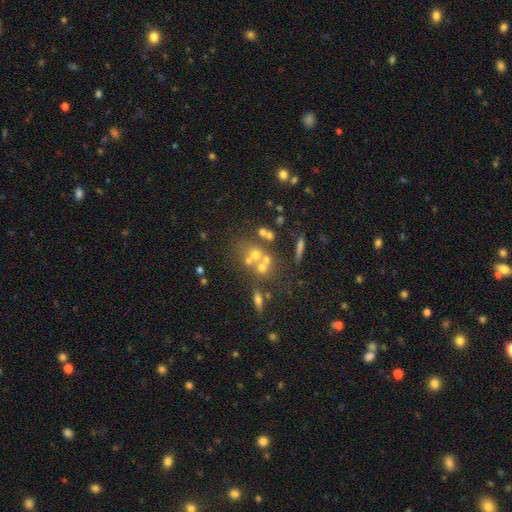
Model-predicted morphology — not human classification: The model was most divided on "merging": none: 43%, merger: 41%, minor disturbance: 9%, major disturbance: 7%. Remaining: smooth or featured — smooth (40%).